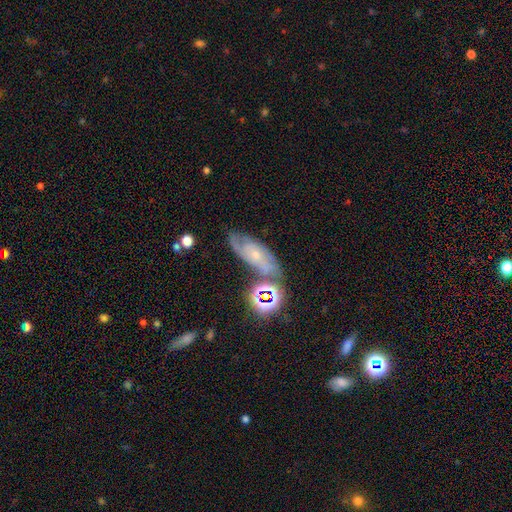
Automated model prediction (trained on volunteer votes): Smooth or featured? Predicted: featured or disk (p=0.62). Edge-on disk? Predicted: no (p=0.88). Bar? Predicted: no (p=0.70). Spiral arms? Predicted: yes (p=0.88). Bulge size? Predicted: small (p=0.69). Merging? Predicted: none (p=0.61).